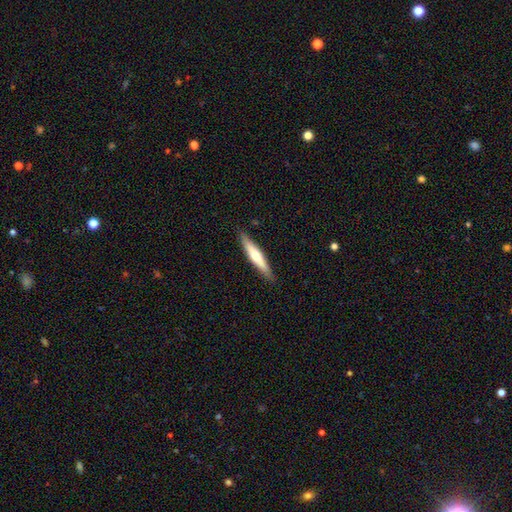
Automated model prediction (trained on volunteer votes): A featured or disk galaxy (48%).

Vote fractions:
- Smooth or featured? featured or disk: 48% / smooth: 47% / star or artifact: 5%
- Merging? none: 89% / minor disturbance: 8% / major disturbance: 2% / merger: 1%